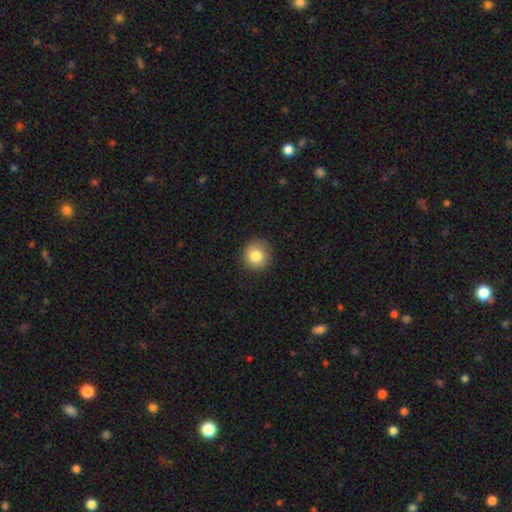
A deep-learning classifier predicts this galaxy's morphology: Smooth or featured? Predicted: smooth (p=0.82). How rounded? Predicted: round (p=0.91). Merging? Predicted: none (p=0.88).